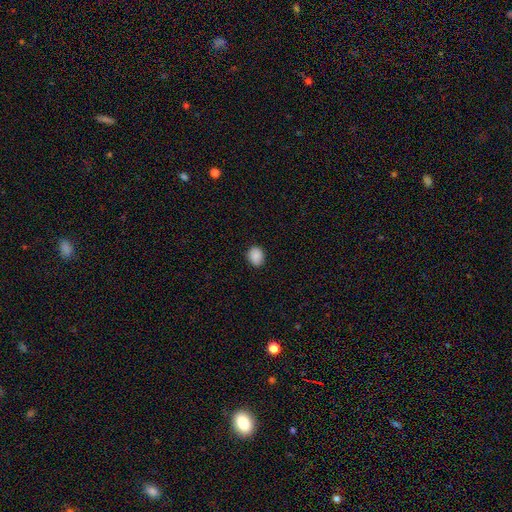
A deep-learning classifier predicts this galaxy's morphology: The model was most divided on "how rounded": round: 56%, in between: 43%, cigar-shaped: 1%. More confident: smooth or featured — smooth (89%); merging — none (88%).